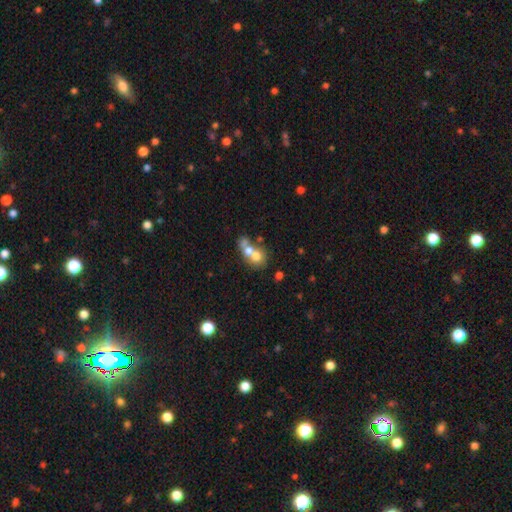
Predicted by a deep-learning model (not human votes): This is likely a smooth galaxy (63%). How rounded: likely round (66%). Merging: likely merger (65%).